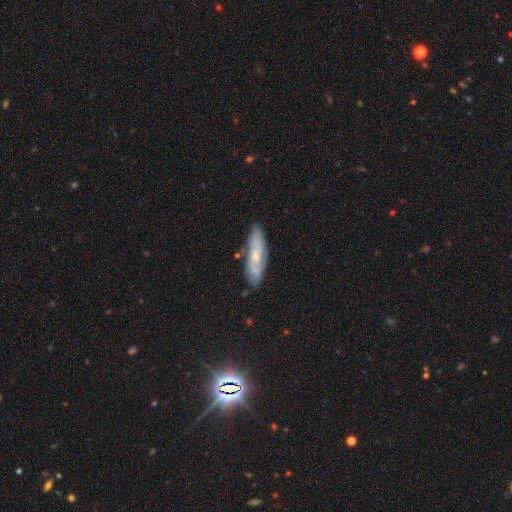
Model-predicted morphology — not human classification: Smooth or featured? featured or disk (48%)
Merging? none (78%)